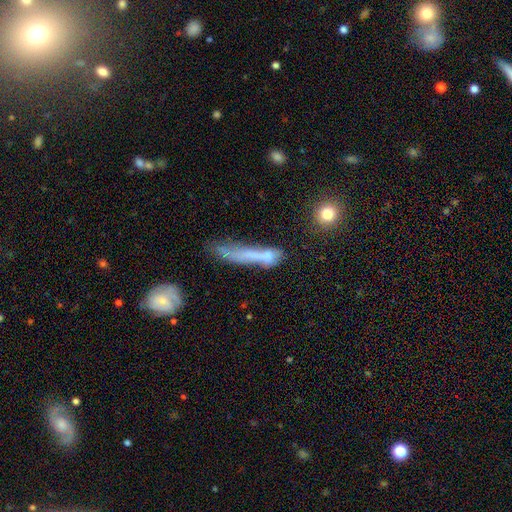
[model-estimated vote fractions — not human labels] smooth 52%, featured or disk 36%, star or artifact 12%. Down the decision tree: how rounded — cigar-shaped (86%); merging — none (35%).